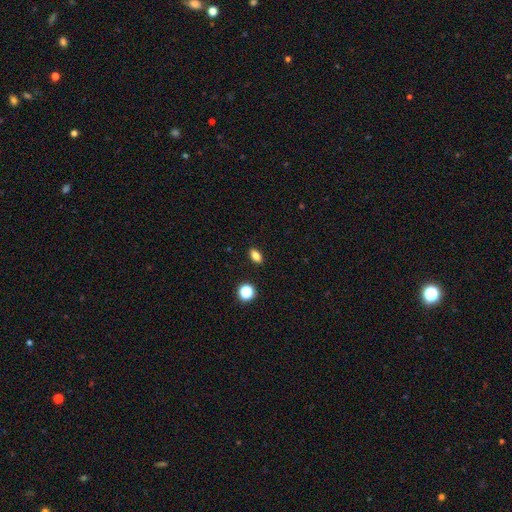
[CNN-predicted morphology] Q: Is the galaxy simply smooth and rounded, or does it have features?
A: smooth — 80%.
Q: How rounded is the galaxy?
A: in between — 83%.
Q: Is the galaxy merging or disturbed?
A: none — 89%.